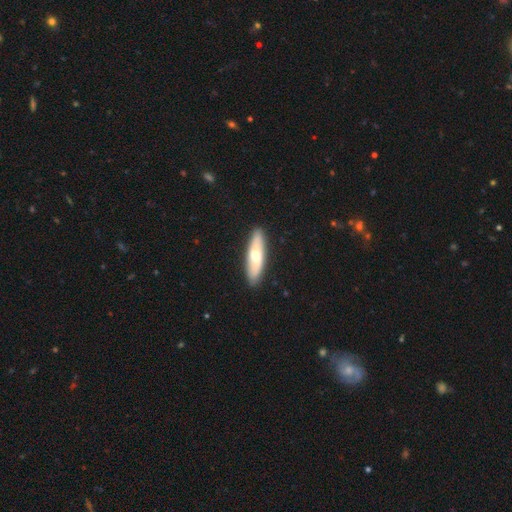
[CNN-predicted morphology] The model was most divided on "smooth or featured": smooth: 57%, featured or disk: 38%, star or artifact: 5%. More confident: merging — none (90%); how rounded — cigar-shaped (59%).